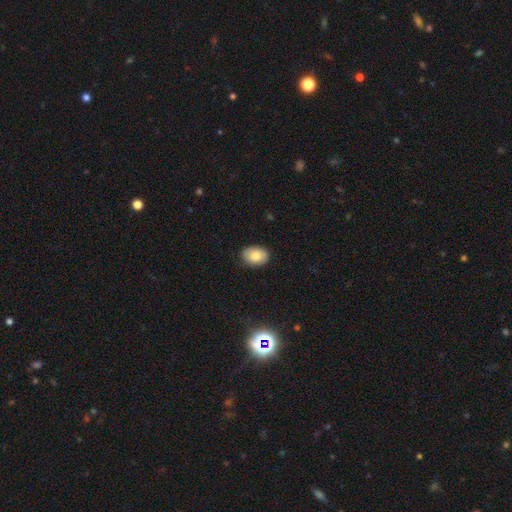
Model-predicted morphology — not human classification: Overall: smooth (81%). How rounded: in between (79%). Merging: none (86%).